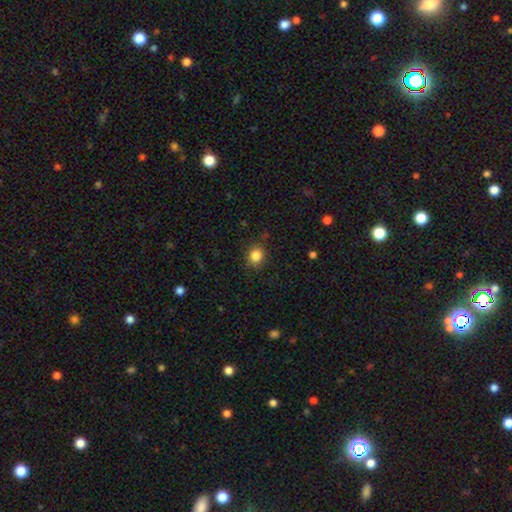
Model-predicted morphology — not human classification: smooth_or_featured: smooth (p=0.85) [alt: star or artifact p=0.11]
how_rounded: round (p=0.76) [alt: in between p=0.23]
merging: none (p=0.86) [alt: minor disturbance p=0.09]